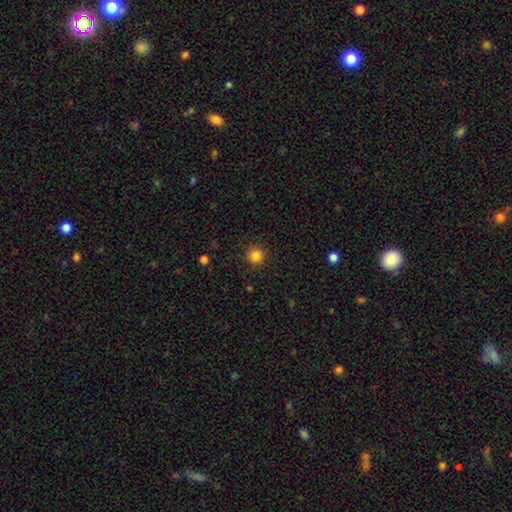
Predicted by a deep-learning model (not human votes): smooth_or_featured: smooth (p=0.85) [alt: star or artifact p=0.11]
how_rounded: round (p=0.95) [alt: in between p=0.04]
merging: none (p=0.91) [alt: minor disturbance p=0.06]